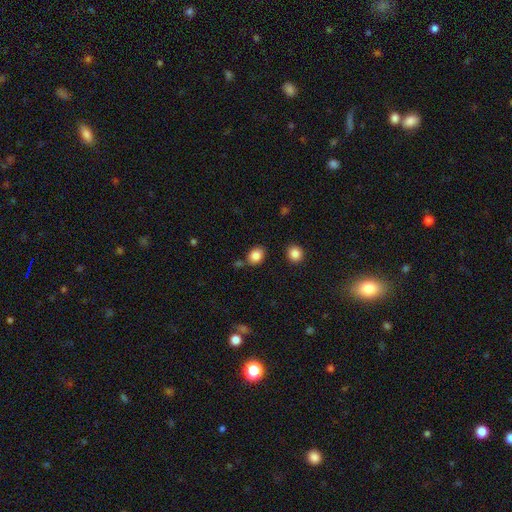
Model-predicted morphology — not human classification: type=smooth (85%); roundness=in between (58%); merging=none (74%).